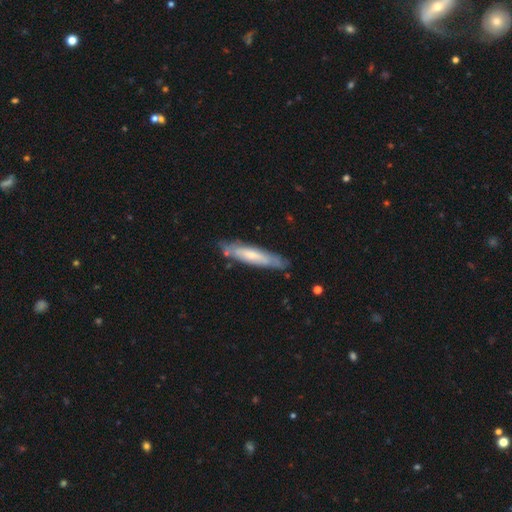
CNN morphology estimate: A featured or disk galaxy (52%) viewed edge-on (62%). Merging: none (79%).